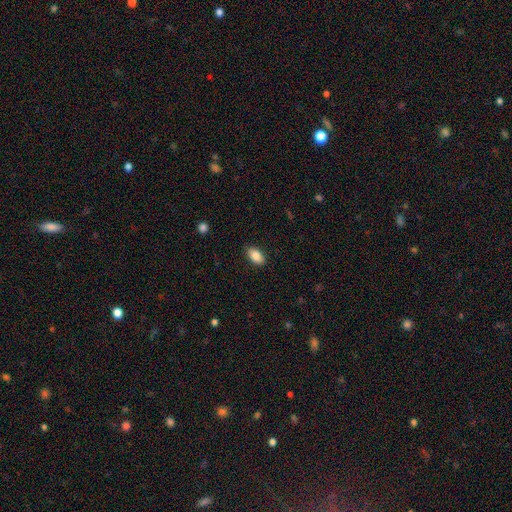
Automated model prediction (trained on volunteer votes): A smooth galaxy with no disk features (87%) that is in between round and cigar-shaped (93%).

Vote fractions:
- Smooth or featured? smooth: 87% / star or artifact: 7% / featured or disk: 6%
- How rounded? in between: 93% / round: 4% / cigar-shaped: 3%
- Merging? none: 88% / minor disturbance: 9% / major disturbance: 2% / merger: 1%